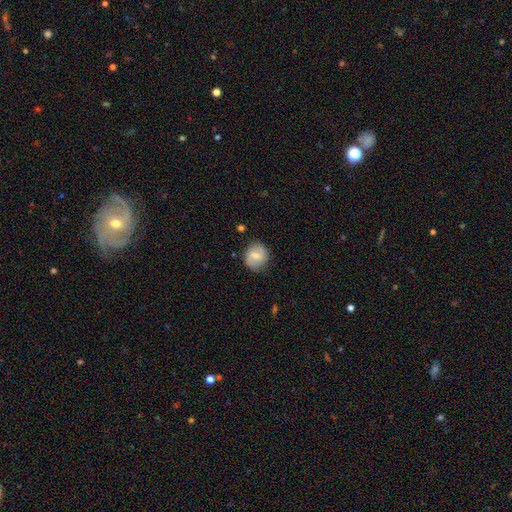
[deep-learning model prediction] Morphology: type=smooth (59%); roundness=round (81%); merging=none (79%).